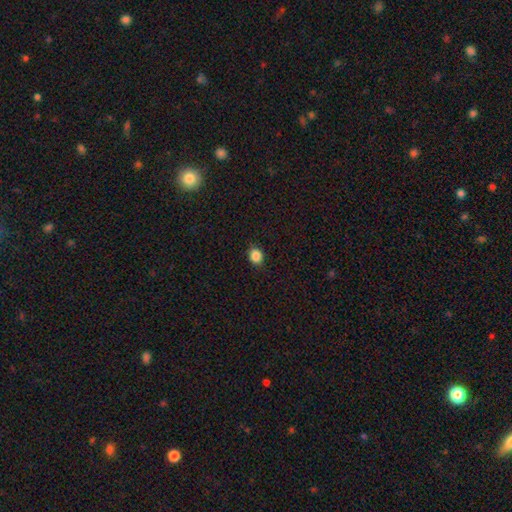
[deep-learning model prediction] Smooth or featured? smooth (86%)
How rounded? round (61%)
Merging? none (88%)